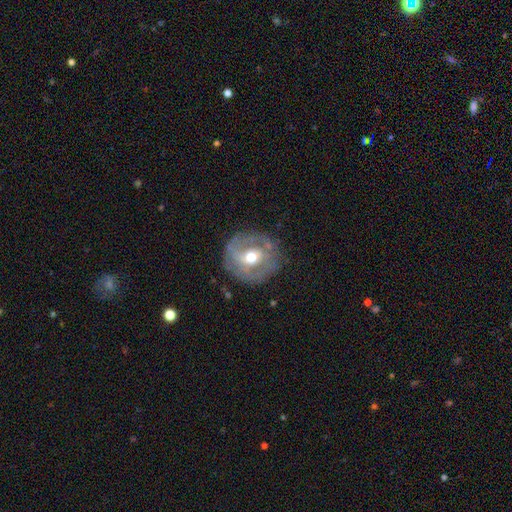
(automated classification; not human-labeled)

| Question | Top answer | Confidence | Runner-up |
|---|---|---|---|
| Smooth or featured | featured or disk | 67% | smooth (25%) |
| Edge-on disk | no | 95% | yes (5%) |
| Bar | no | 42% | weak (39%) |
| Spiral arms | yes | 55% | no (45%) |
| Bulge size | moderate | 76% | small (14%) |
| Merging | none | 73% | minor disturbance (18%) |